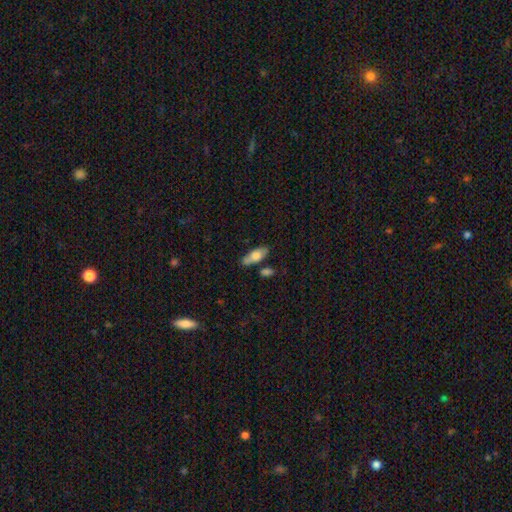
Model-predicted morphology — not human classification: Smooth or featured: smooth — 69% (featured or disk — 25%)
How rounded: in between — 76% (cigar-shaped — 21%)
Merging: none — 67% (minor disturbance — 18%)